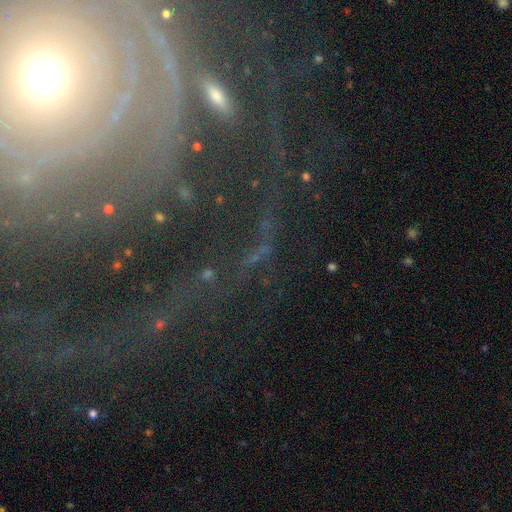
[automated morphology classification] smooth-or-featured: star or artifact: 55% | featured or disk: 30% | smooth: 15%